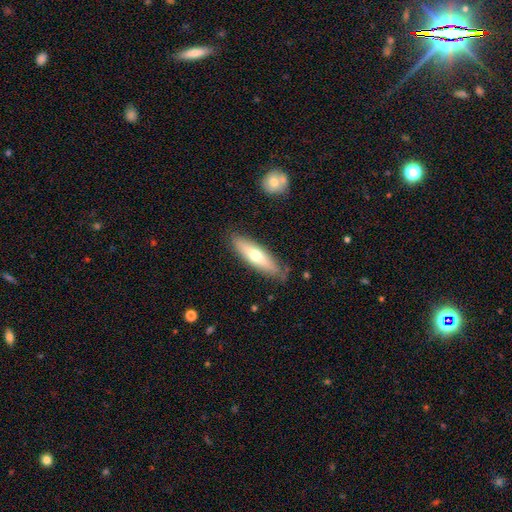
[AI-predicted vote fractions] Smooth or featured? Predicted: smooth (p=0.57). How rounded? Predicted: cigar-shaped (p=0.67). Merging? Predicted: none (p=0.82).